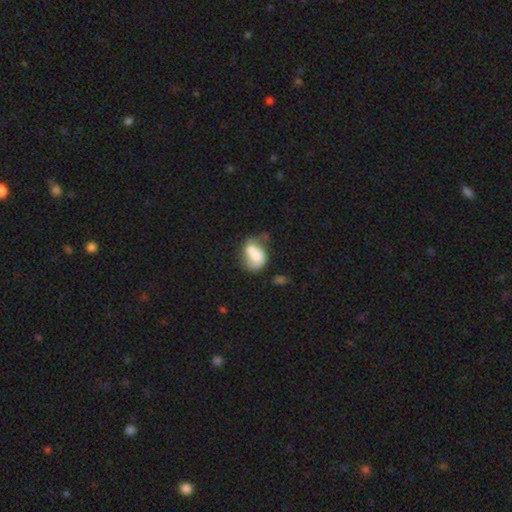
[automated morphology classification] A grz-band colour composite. It shows a smooth galaxy with no disk features (65%) that is in between round and cigar-shaped (73%). Merging: minor disturbance (32%, tied with none).